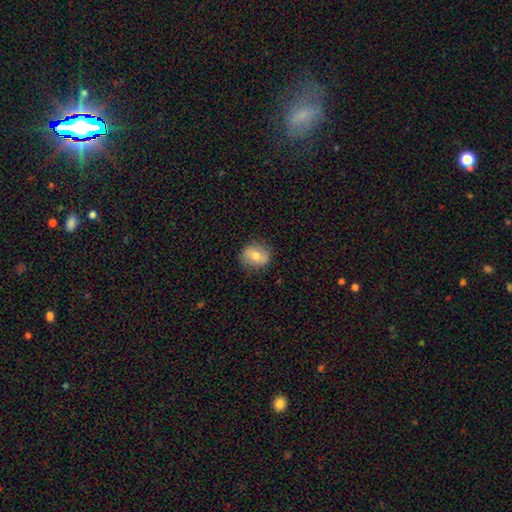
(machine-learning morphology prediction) This is likely a smooth galaxy (70%). How rounded: likely round (65%). Merging: clearly none (84%).